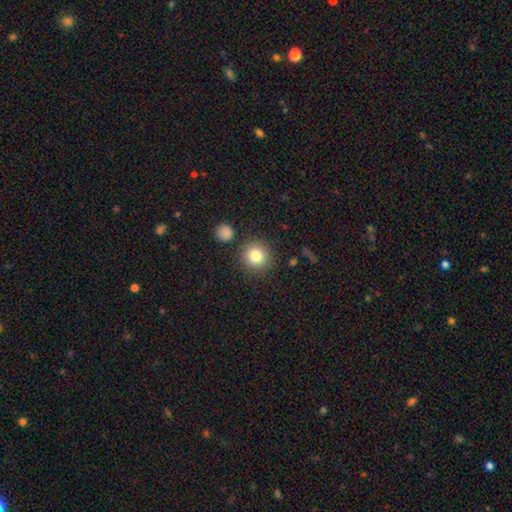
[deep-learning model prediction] Smooth or featured? smooth (82%)
How rounded? round (94%)
Merging? none (87%)